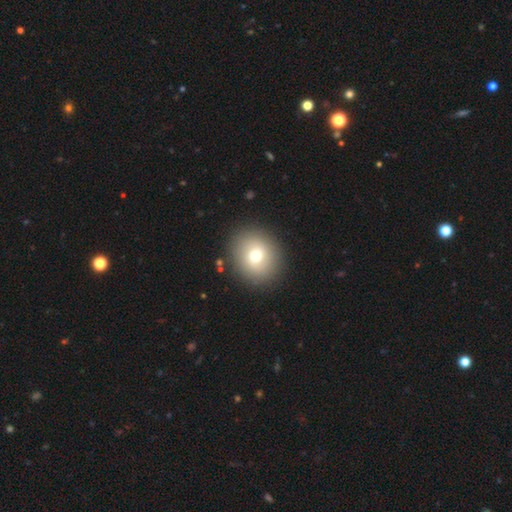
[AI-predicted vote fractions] Smooth or featured? smooth (71%)
How rounded? round (81%)
Merging? none (88%)